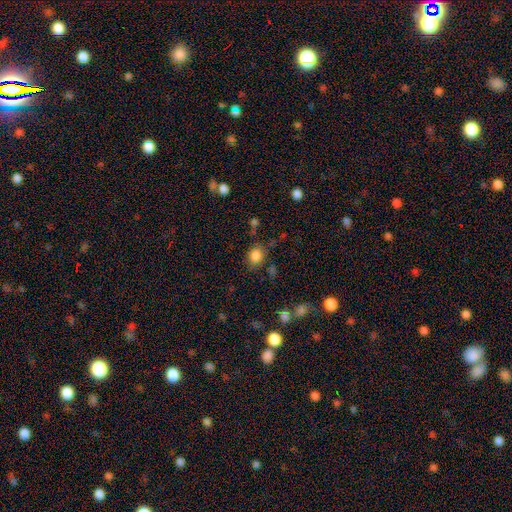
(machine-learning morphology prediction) This appears to be a smooth galaxy with no disk features (83%) that is round (52%). Merging: none (70%).